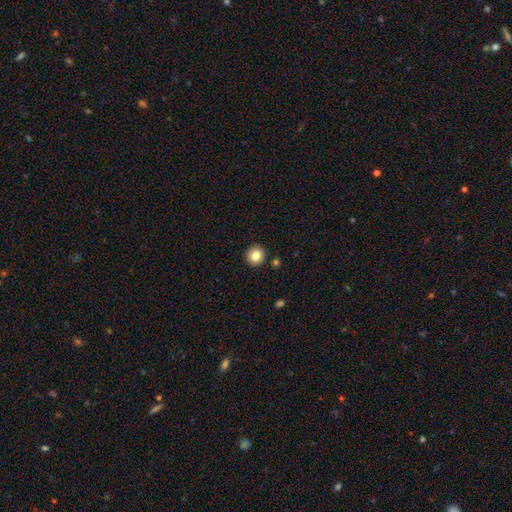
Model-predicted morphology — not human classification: Smooth or featured? smooth (83%)
How rounded? round (93%)
Merging? none (92%)